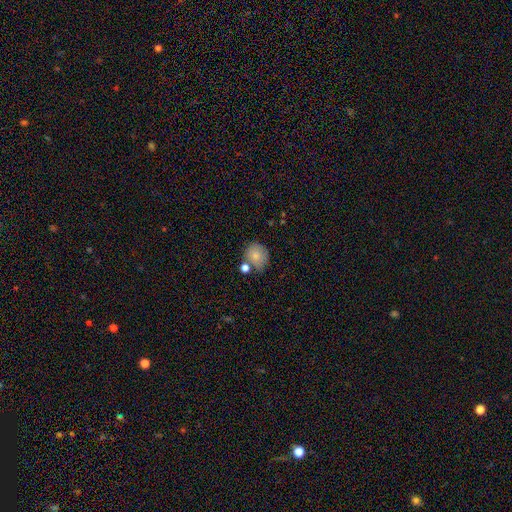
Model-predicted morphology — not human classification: A smooth galaxy with no disk features (81%) that is round (76%). Merging: none (60%).